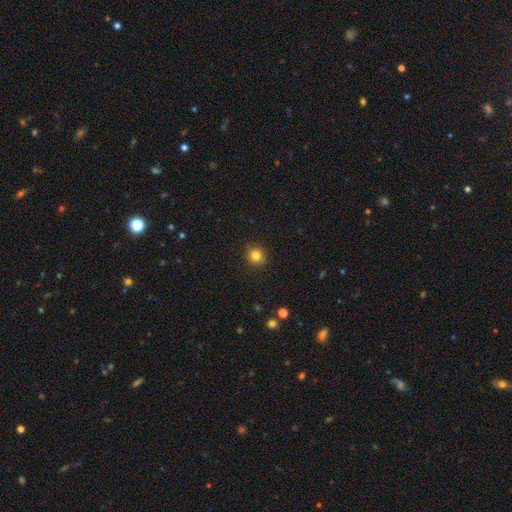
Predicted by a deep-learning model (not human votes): smooth_or_featured: smooth (p=0.83) [alt: star or artifact p=0.12]
how_rounded: round (p=0.92) [alt: in between p=0.07]
merging: none (p=0.90) [alt: minor disturbance p=0.07]